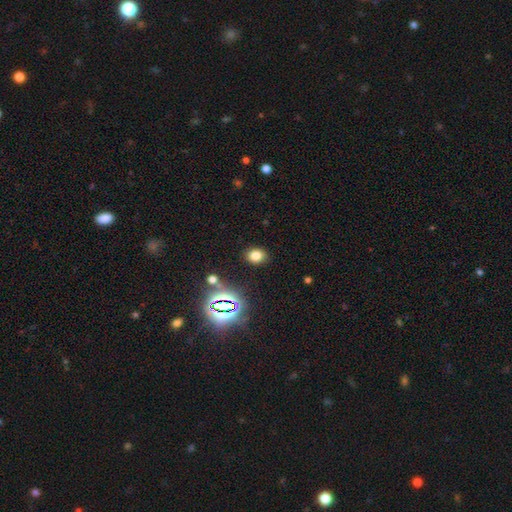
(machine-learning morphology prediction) Smooth or featured? smooth (74%)
How rounded? in between (52%)
Merging? none (87%)